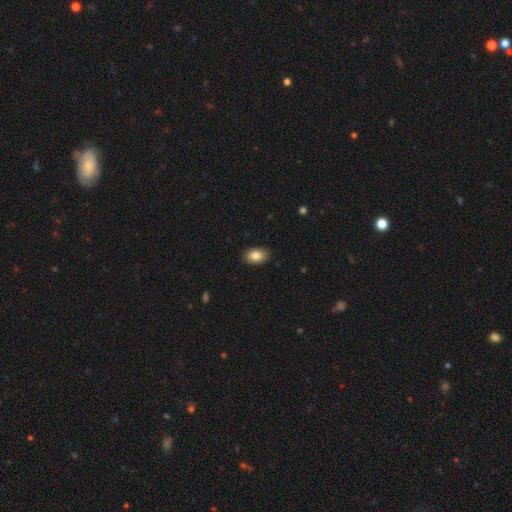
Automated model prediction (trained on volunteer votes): A smooth galaxy with no disk features (86%) that is in between round and cigar-shaped (89%). Merging: none (89%).